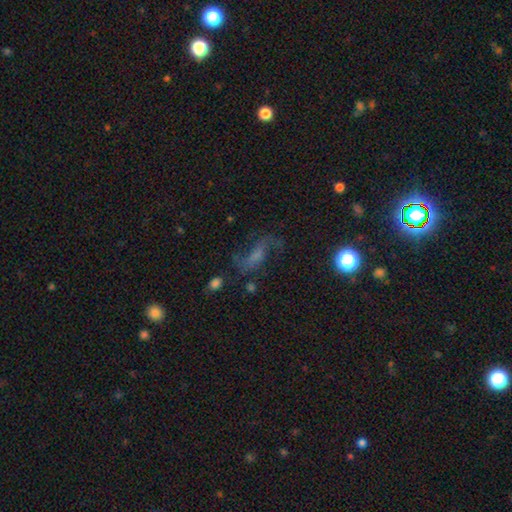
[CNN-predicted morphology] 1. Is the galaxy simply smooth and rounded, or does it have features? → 56% featured or disk, 22% star or artifact, 22% smooth.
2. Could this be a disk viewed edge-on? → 92% no, 8% yes.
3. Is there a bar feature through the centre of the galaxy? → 41% no (tied), 41% weak (tied), 18% strong.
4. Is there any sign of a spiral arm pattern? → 85% yes, 15% no.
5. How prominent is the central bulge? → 36% none, 29% small, 24% moderate, 8% large, 2% dominant.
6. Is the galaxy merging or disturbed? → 60% none, 19% major disturbance, 17% minor disturbance, 4% merger.